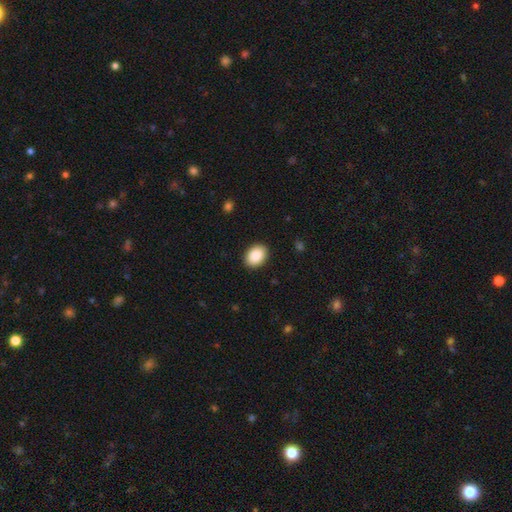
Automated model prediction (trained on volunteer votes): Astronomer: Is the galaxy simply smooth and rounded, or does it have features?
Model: smooth — 88%.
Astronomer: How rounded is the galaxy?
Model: in between — 78%.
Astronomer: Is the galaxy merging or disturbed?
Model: none — 90%.